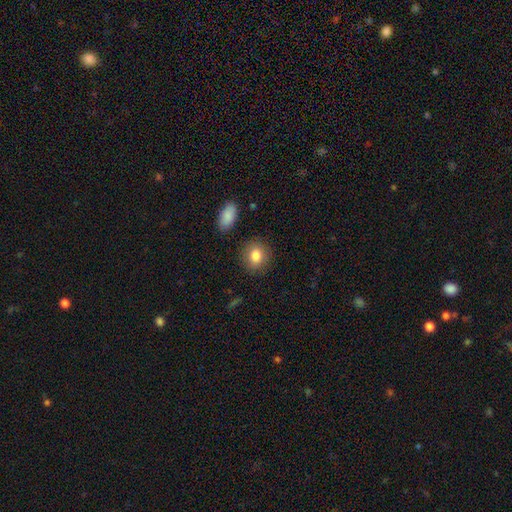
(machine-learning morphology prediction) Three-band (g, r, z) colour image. It shows a smooth galaxy with no disk features (85%) that is round (66%). Merging: none (86%).